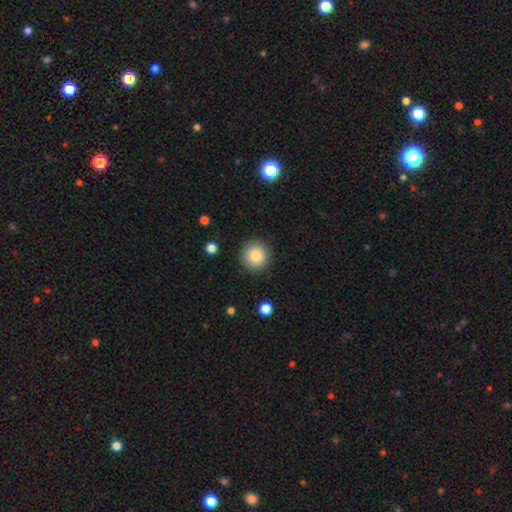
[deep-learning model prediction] smooth_or_featured: smooth (p=0.85) [alt: star or artifact p=0.09]
how_rounded: round (p=0.95) [alt: in between p=0.04]
merging: none (p=0.90) [alt: minor disturbance p=0.07]